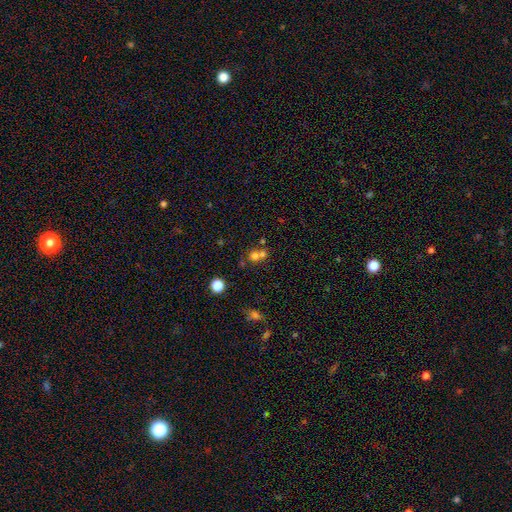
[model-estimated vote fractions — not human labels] Morphology: type=smooth (63%); roundness=round (80%); merging=merger (52%).